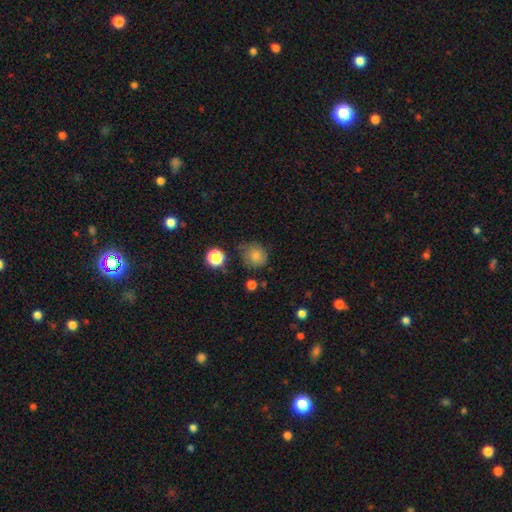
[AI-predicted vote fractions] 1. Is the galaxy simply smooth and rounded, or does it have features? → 79% smooth, 11% star or artifact, 10% featured or disk.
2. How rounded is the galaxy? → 82% round, 17% in between, 1% cigar-shaped.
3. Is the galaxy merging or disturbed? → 62% none, 26% minor disturbance, 8% major disturbance, 3% merger.